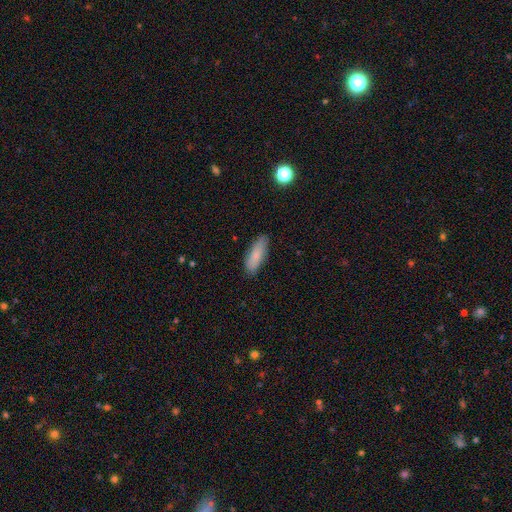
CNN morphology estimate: Smooth or featured? smooth (83%)
How rounded? in between (62%)
Merging? none (84%)